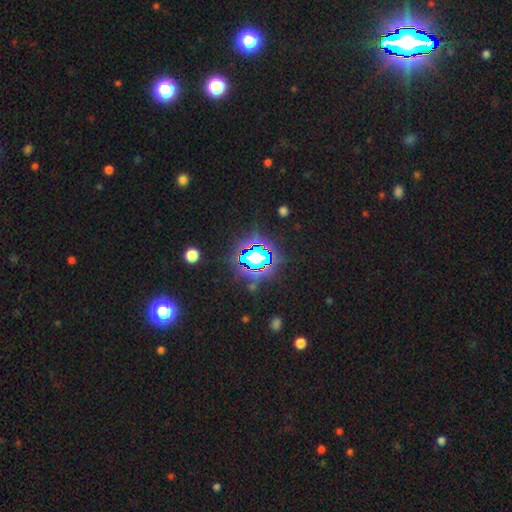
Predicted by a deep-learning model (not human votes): A star or artifact, not a galaxy (77%).

Vote fractions:
- Smooth or featured? star or artifact: 77% / smooth: 15% / featured or disk: 8%